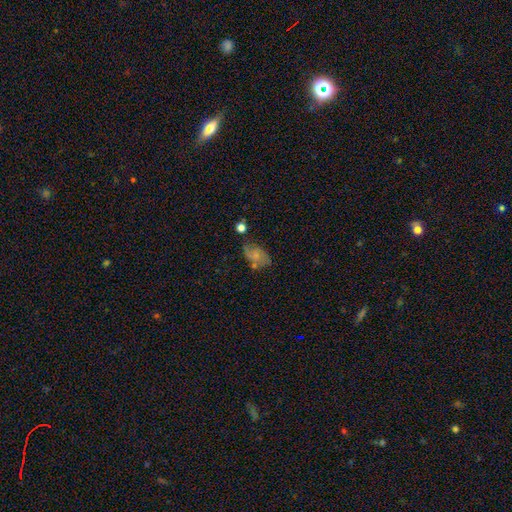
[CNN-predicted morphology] A smooth galaxy with no disk features (52%) that is in between round and cigar-shaped (86%). Merging: none (50%).